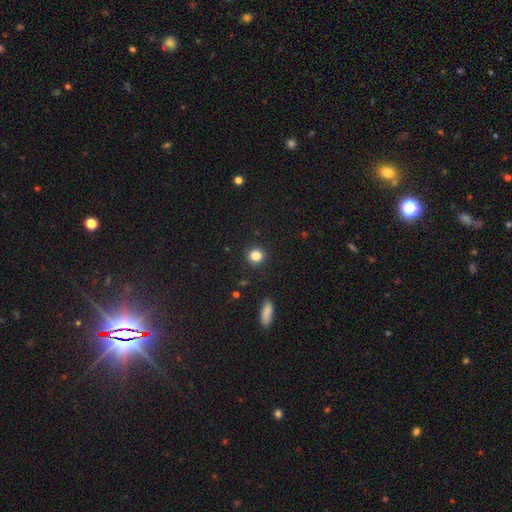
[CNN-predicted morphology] This is clearly a smooth galaxy (84%). How rounded: clearly round (86%). Merging: clearly none (91%).